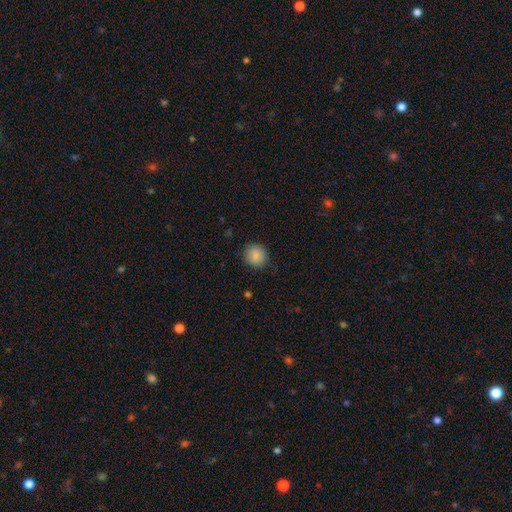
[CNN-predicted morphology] smooth 87%, star or artifact 9%, featured or disk 4%. Down the decision tree: how rounded — round (89%); merging — none (88%).